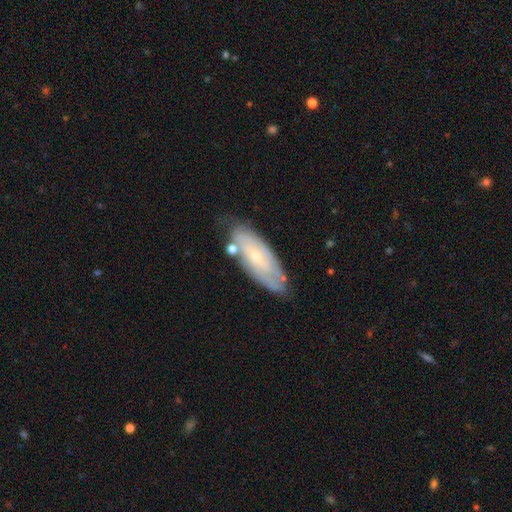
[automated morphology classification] smooth-or-featured: featured or disk: 60% | smooth: 34% | star or artifact: 7%
  disk-edge-on: no: 82% | yes: 18%
  merging: none: 70% | minor disturbance: 20% | merger: 5% | major disturbance: 5%